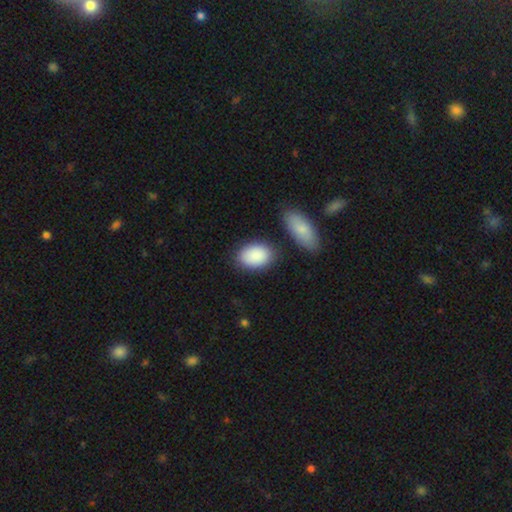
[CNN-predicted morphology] smooth 89%, star or artifact 6%, featured or disk 6%. Down the decision tree: how rounded — in between (89%); merging — none (74%).